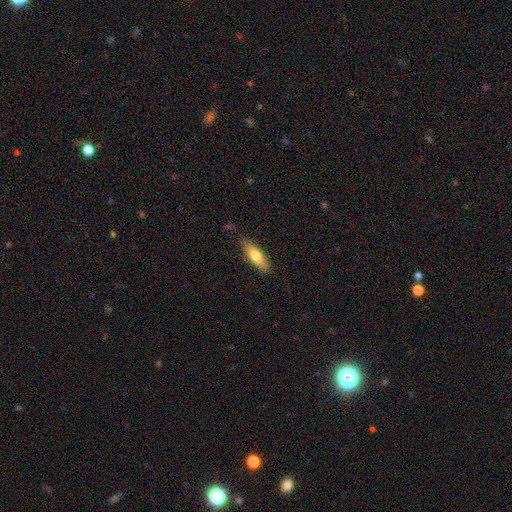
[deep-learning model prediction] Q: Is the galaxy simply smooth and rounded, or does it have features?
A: smooth — 72%.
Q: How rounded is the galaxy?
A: in between — 50%.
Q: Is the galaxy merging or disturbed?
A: none — 79%.